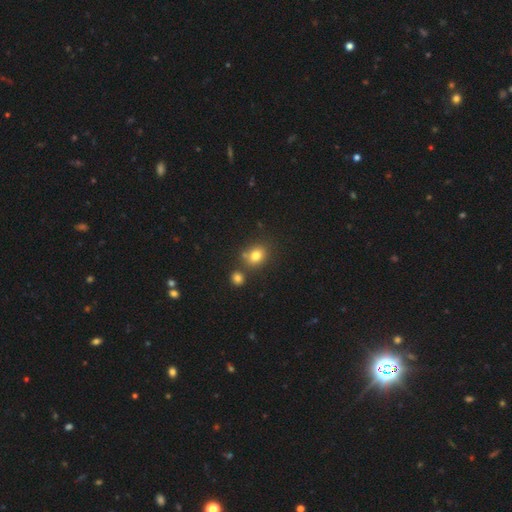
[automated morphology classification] This appears to be a smooth galaxy with no disk features (79%) that is round (58%). Merging: none (65%).